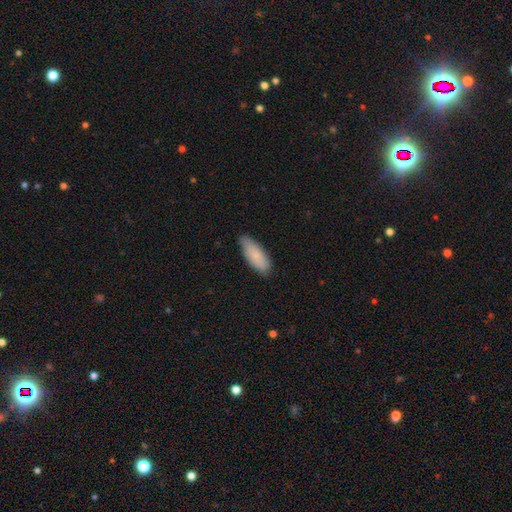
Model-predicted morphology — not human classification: Smooth or featured? smooth (86%)
How rounded? in between (73%)
Merging? none (79%)